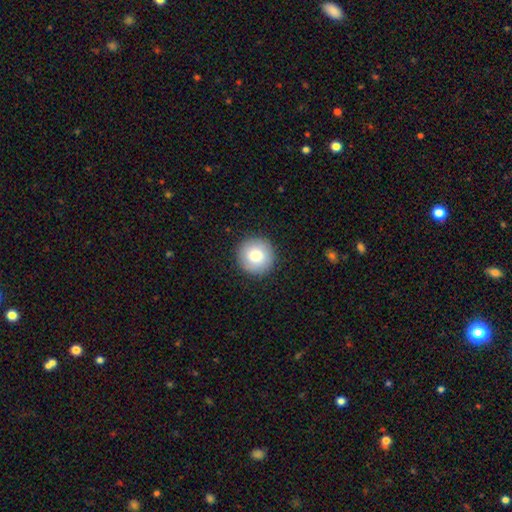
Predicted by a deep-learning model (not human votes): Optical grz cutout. It shows a smooth galaxy with no disk features (82%) that is round (95%). Merging: none (91%).